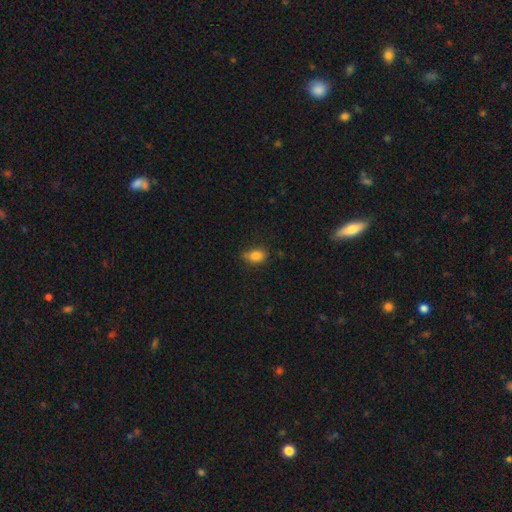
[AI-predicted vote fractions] Smooth or featured? Predicted: smooth (p=0.84). How rounded? Predicted: in between (p=0.76). Merging? Predicted: none (p=0.63).